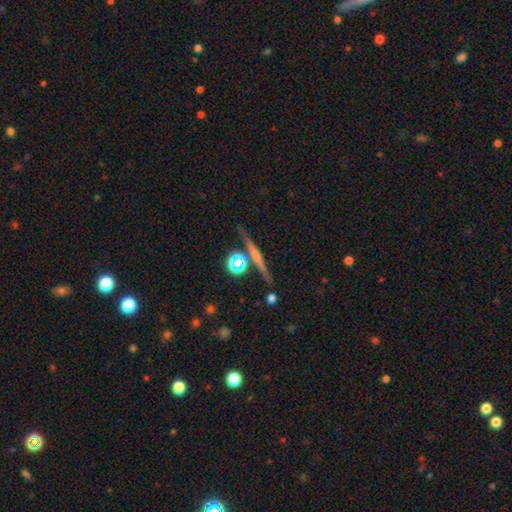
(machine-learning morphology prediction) A featured or disk galaxy (56%) viewed edge-on (94%) with no central bulge (45%).

Vote fractions:
- Smooth or featured? featured or disk: 56% / smooth: 27% / star or artifact: 16%
- Edge-on disk? yes: 94% / no: 6%
- Edge-on bulge? none: 45% / rounded: 36% / boxy: 19%
- Merging? none: 81% / minor disturbance: 10% / merger: 6% / major disturbance: 3%